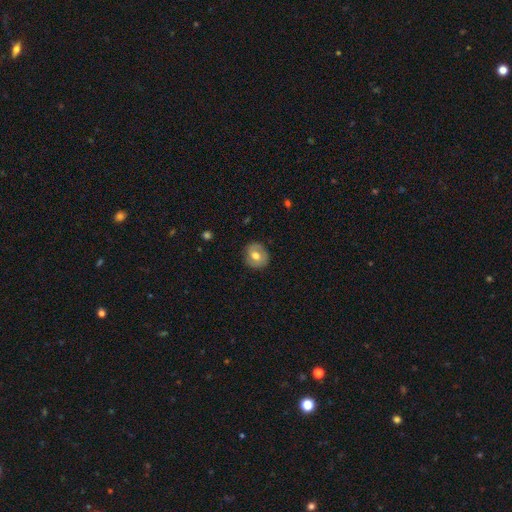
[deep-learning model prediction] smooth 61%, featured or disk 31%, star or artifact 8%. Down the decision tree: how rounded — round (84%); merging — none (84%).